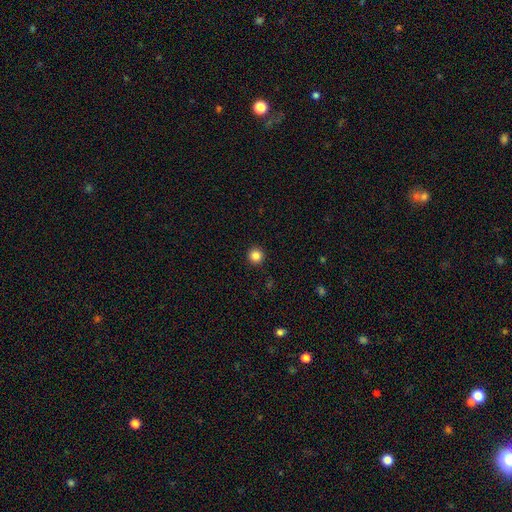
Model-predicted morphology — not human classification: smooth-or-featured: smooth: 85% | star or artifact: 11% | featured or disk: 4%
  how-rounded: round: 96% | in between: 3% | cigar-shaped: 1%
  merging: none: 93% | minor disturbance: 4% | major disturbance: 2% | merger: 1%